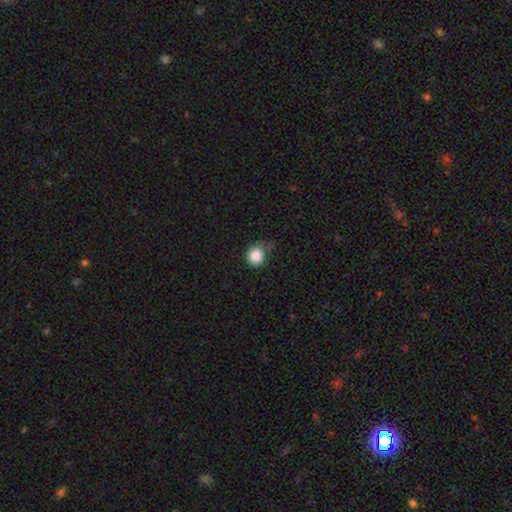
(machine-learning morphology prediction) Smooth or featured?
  - smooth: 86% *
  - star or artifact: 10%
  - featured or disk: 4%
How rounded?
  - round: 90% *
  - in between: 10%
  - cigar-shaped: 1%
Merging?
  - none: 64% *
  - minor disturbance: 26%
  - major disturbance: 6%
  - merger: 3%